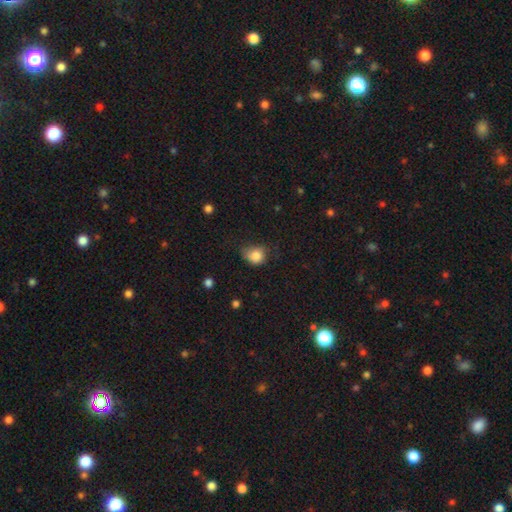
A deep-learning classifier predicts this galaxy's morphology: type=smooth (84%); roundness=round (62%); merging=none (47%).